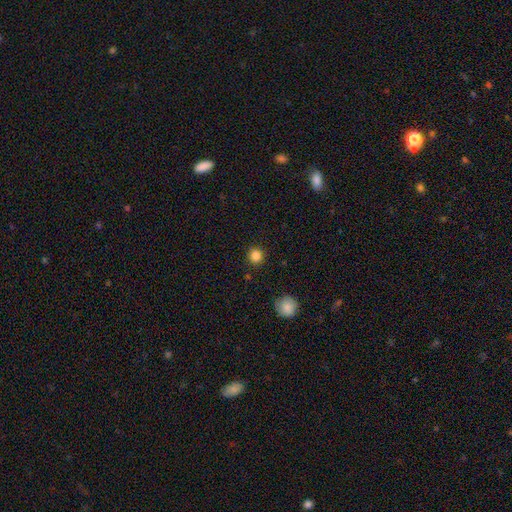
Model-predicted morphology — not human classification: A smooth galaxy with no disk features (84%) that is round (93%). Merging: none (90%).